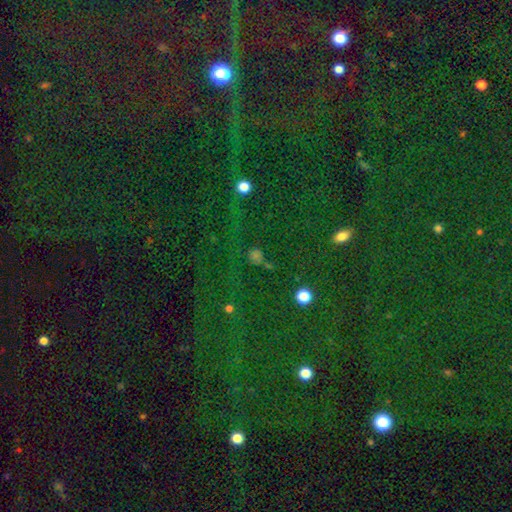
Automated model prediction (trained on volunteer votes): The model was most divided on "smooth or featured": star or artifact: 52%, smooth: 39%, featured or disk: 9%.